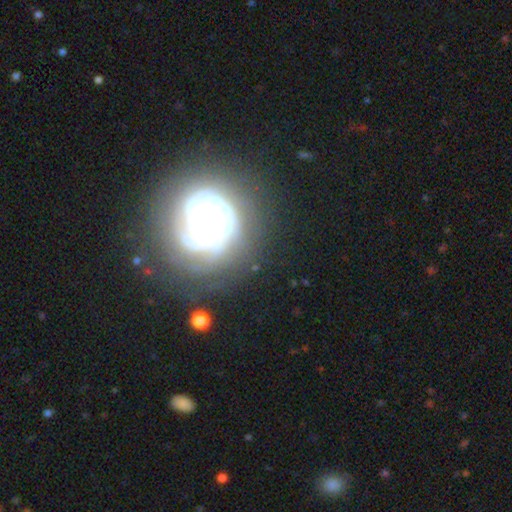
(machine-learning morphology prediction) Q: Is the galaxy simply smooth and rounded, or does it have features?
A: featured or disk — 61%.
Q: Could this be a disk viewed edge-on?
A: no — 95%.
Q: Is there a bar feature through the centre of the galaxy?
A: no — 66%.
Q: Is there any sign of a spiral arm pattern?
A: yes — 74%.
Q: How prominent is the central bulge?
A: moderate — 40%.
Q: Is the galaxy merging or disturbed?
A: none — 78%.